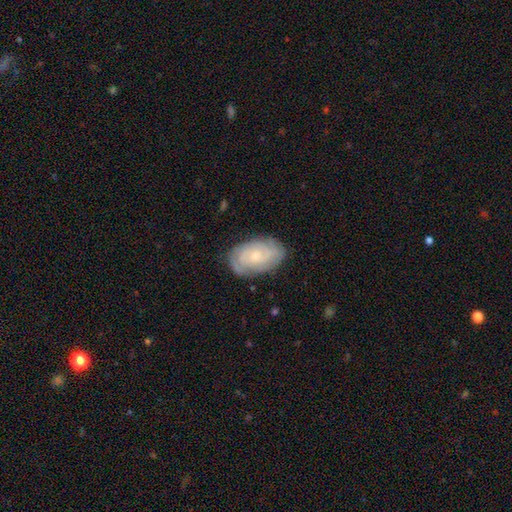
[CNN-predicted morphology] This is likely a featured or disk galaxy (65%). It is clearly not viewed edge-on (95%). Bar: likely no (75%). Spiral arm pattern: clearly yes (83%). Spiral arm count: possibly can't tell (50%). Spiral winding: likely tight (70%). Central bulge: likely small (69%). Merging: likely none (78%).